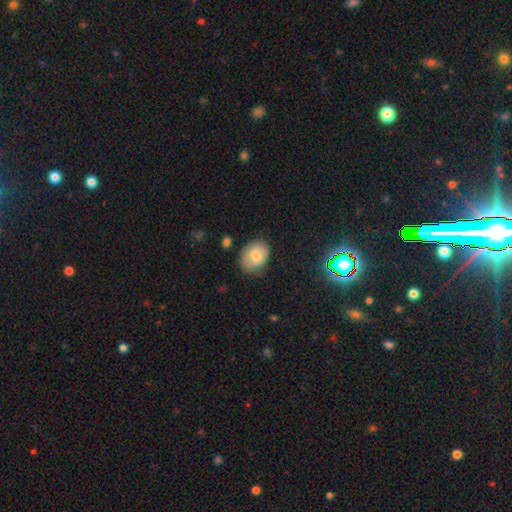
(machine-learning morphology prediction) smooth 76%, featured or disk 16%, star or artifact 8%. Down the decision tree: how rounded — in between (62%); merging — none (69%).